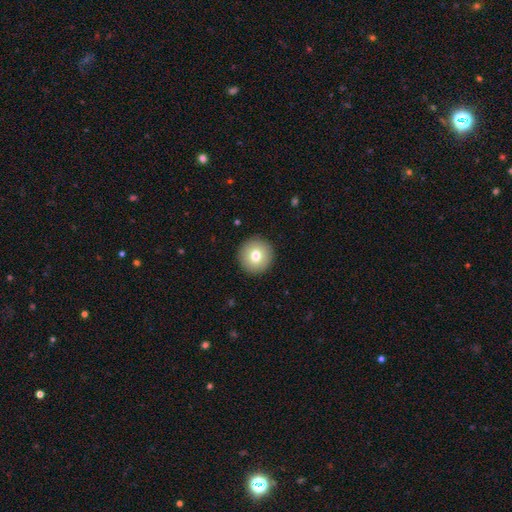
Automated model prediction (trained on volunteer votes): smooth_or_featured: smooth (p=0.76) [alt: featured or disk p=0.14]
how_rounded: round (p=0.95) [alt: in between p=0.04]
merging: none (p=0.93) [alt: minor disturbance p=0.05]